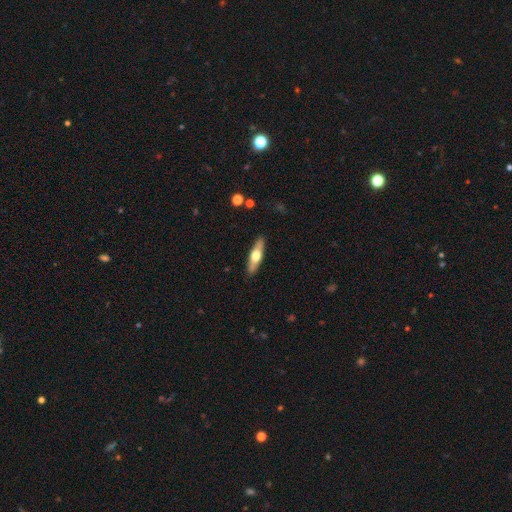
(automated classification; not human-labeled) Overall: featured or disk (51%; smooth 44%). Edge-on disk: yes (90%). Merging: none (89%).